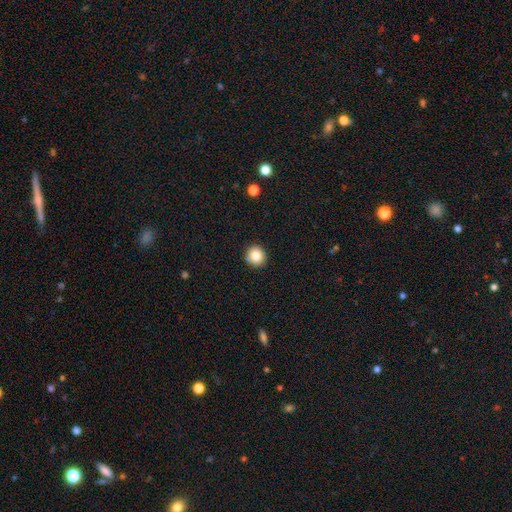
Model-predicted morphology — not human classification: smooth_or_featured: smooth (p=0.83) [alt: star or artifact p=0.10]
how_rounded: round (p=0.93) [alt: in between p=0.06]
merging: none (p=0.91) [alt: minor disturbance p=0.06]